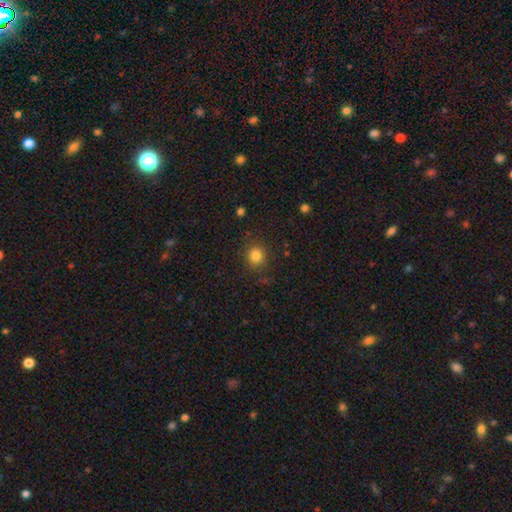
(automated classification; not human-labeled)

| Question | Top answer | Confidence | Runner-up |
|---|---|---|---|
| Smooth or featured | smooth | 83% | star or artifact (12%) |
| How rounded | round | 87% | in between (12%) |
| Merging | none | 85% | minor disturbance (9%) |